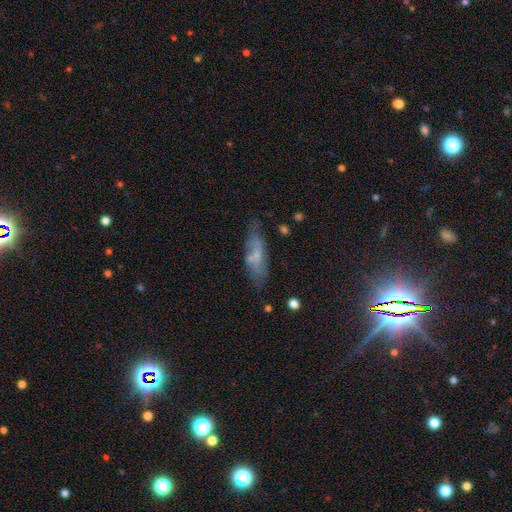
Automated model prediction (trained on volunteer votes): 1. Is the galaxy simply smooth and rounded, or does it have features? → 54% smooth, 36% featured or disk, 10% star or artifact.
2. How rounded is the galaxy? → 52% in between, 46% cigar-shaped, 2% round.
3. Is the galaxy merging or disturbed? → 55% none, 27% minor disturbance, 12% major disturbance, 6% merger.